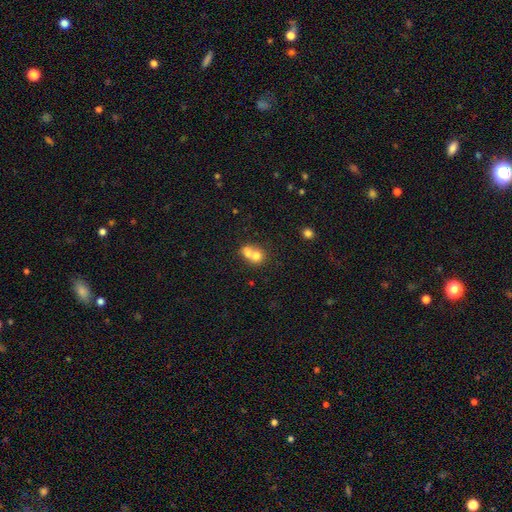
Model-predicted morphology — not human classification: This is likely a smooth galaxy (70%). How rounded: likely round (70%). Merging: likely merger (69%).